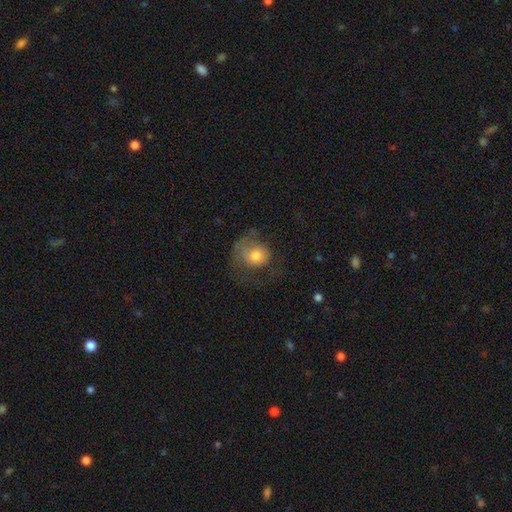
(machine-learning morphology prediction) Smooth or featured: smooth — 58% (featured or disk — 32%)
How rounded: round — 76% (in between — 23%)
Merging: none — 41% (major disturbance — 37%)